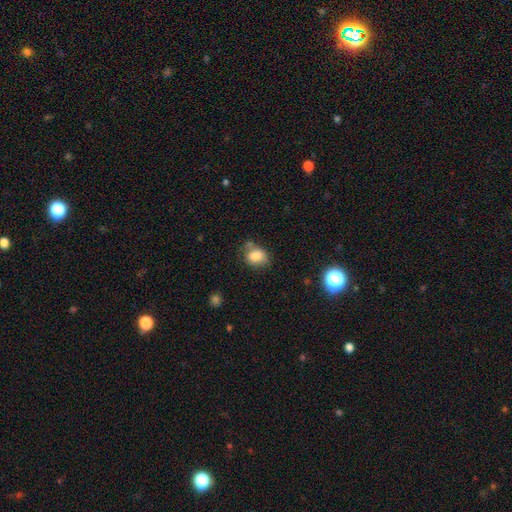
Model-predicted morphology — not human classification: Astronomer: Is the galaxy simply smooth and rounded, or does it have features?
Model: smooth — 82%.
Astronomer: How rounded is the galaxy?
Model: in between — 50% (runner-up: round, 49%).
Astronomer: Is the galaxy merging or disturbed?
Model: none — 57%.